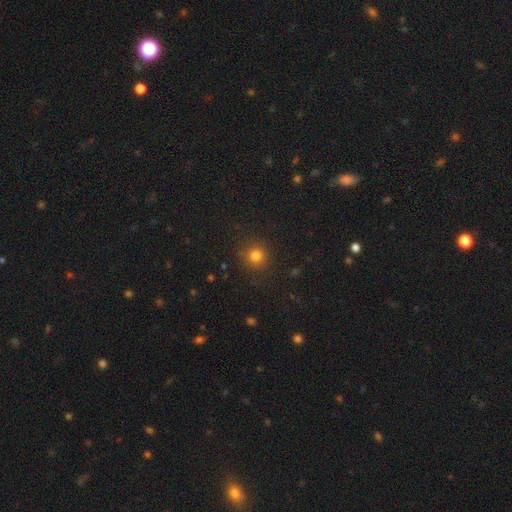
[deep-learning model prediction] Overall: smooth (79%). How rounded: round (91%). Merging: none (88%).